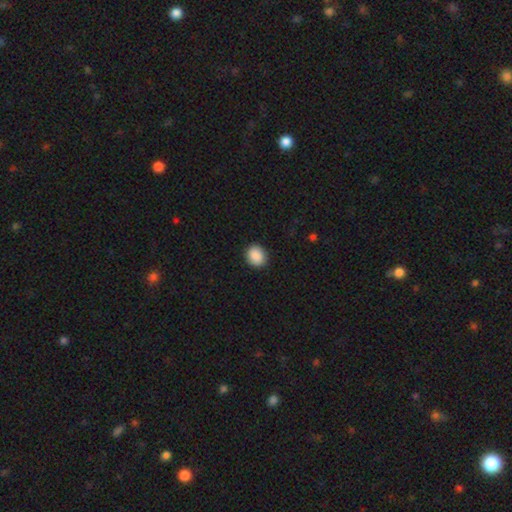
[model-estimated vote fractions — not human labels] Smooth or featured: smooth — 89% (star or artifact — 8%)
How rounded: round — 69% (in between — 30%)
Merging: none — 90% (minor disturbance — 7%)